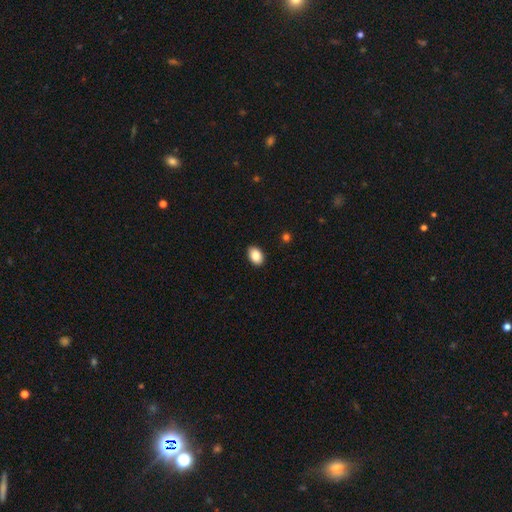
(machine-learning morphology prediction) Smooth or featured?
  - smooth: 87% *
  - star or artifact: 8%
  - featured or disk: 6%
How rounded?
  - in between: 86% *
  - round: 13%
  - cigar-shaped: 1%
Merging?
  - none: 89% *
  - minor disturbance: 8%
  - major disturbance: 2%
  - merger: 1%